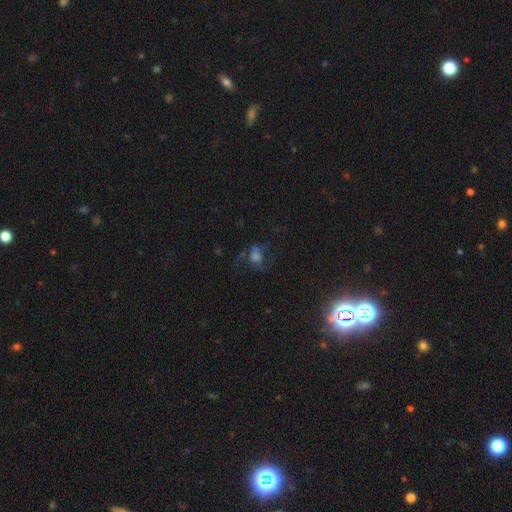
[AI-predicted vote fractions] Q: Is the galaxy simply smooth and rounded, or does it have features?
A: smooth — 36%.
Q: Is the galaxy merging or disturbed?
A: none — 47%.